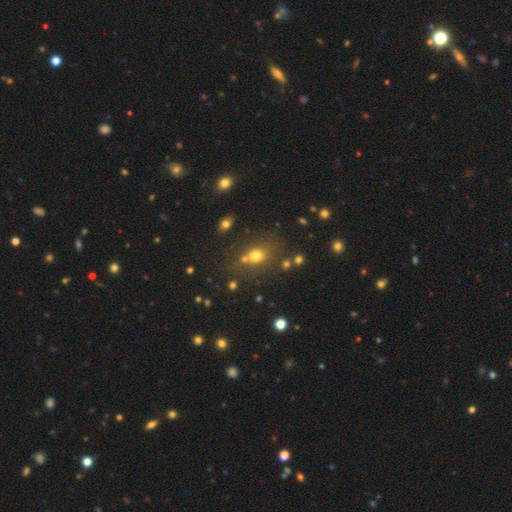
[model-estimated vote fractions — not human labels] smooth 68%, star or artifact 20%, featured or disk 11%. Down the decision tree: how rounded — round (61%); merging — none (63%).